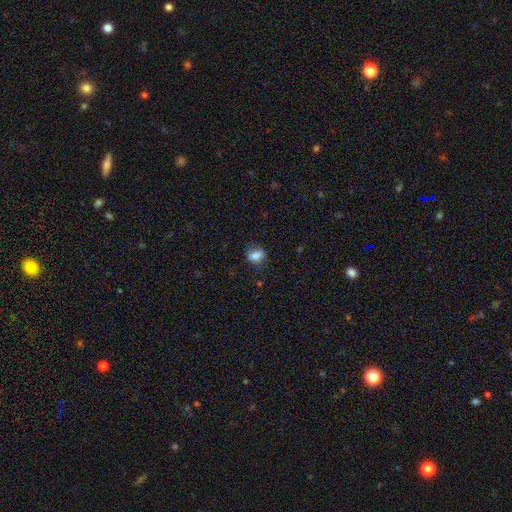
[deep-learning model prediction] A smooth galaxy with no disk features (76%) that is in between round and cigar-shaped (63%).

Vote fractions:
- Smooth or featured? smooth: 76% / featured or disk: 14% / star or artifact: 9%
- How rounded? in between: 63% / round: 35% / cigar-shaped: 2%
- Merging? none: 64% / minor disturbance: 24% / major disturbance: 10% / merger: 2%